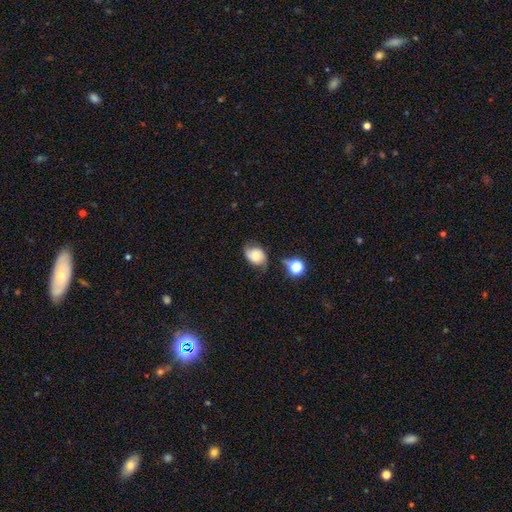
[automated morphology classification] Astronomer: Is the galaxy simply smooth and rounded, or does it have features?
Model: smooth — 54% (runner-up: featured or disk, 34%).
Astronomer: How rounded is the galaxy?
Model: in between — 65%.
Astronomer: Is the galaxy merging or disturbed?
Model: none — 53% (runner-up: minor disturbance, 31%).